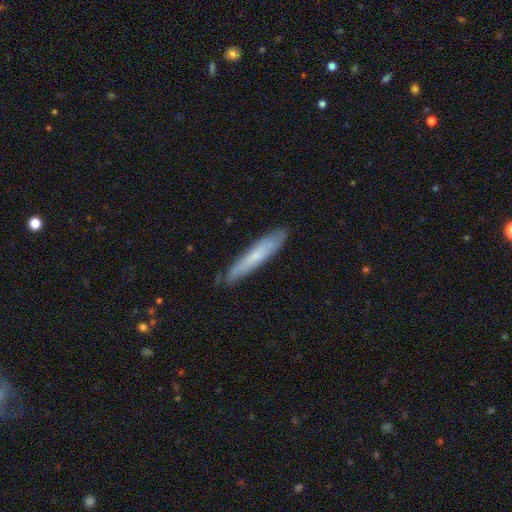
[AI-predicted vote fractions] Morphology: type=smooth (59%); roundness=cigar-shaped (92%); merging=none (83%).